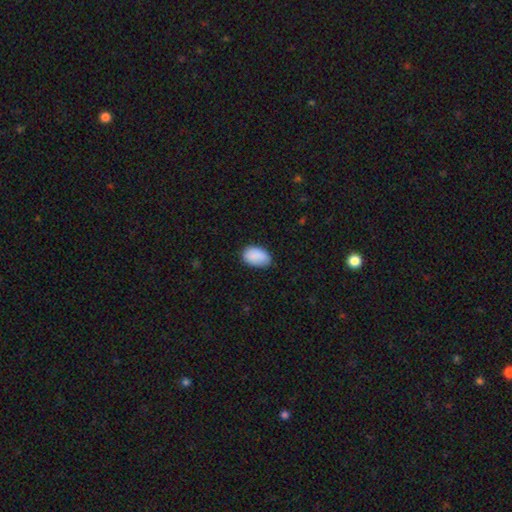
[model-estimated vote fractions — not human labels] Smooth or featured? smooth (90%)
How rounded? in between (91%)
Merging? none (78%)